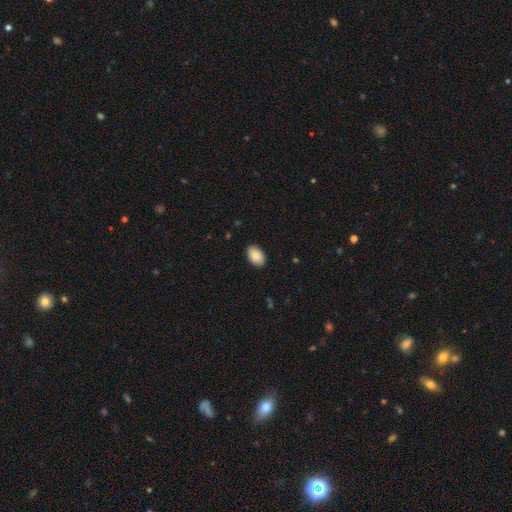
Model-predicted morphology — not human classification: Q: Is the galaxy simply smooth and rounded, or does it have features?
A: smooth — 85%.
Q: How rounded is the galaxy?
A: in between — 90%.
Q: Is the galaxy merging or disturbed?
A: none — 88%.